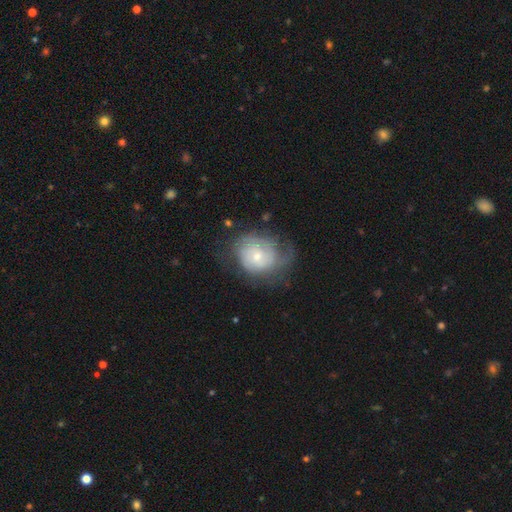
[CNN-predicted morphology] smooth_or_featured: featured or disk (p=0.62) [alt: smooth p=0.30]
disk_edge_on: no (p=0.97) [alt: yes p=0.03]
bar: no (p=0.76) [alt: weak p=0.21]
has_spiral_arms: yes (p=0.82) [alt: no p=0.18]
bulge_size: small (p=0.59) [alt: moderate p=0.35]
merging: none (p=0.48) [alt: minor disturbance p=0.27]